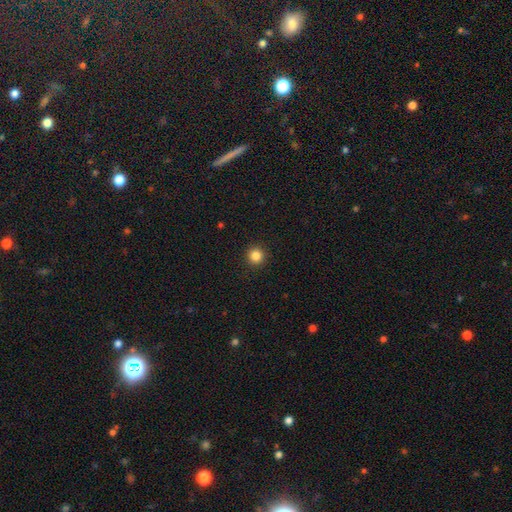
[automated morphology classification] The model was most divided on "smooth or featured": smooth: 84%, star or artifact: 12%, featured or disk: 4%. More confident: how rounded — round (96%); merging — none (93%).